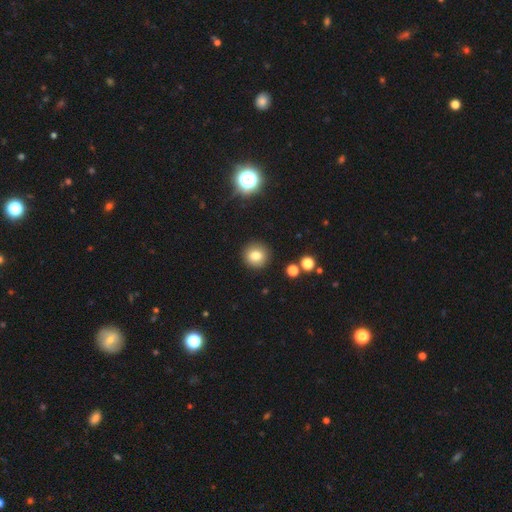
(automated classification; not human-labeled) Q: Smooth or featured?
A: smooth (79%); runner-up: star or artifact (13%)
Q: How rounded?
A: round (91%); runner-up: in between (8%)
Q: Merging?
A: none (90%); runner-up: minor disturbance (6%)